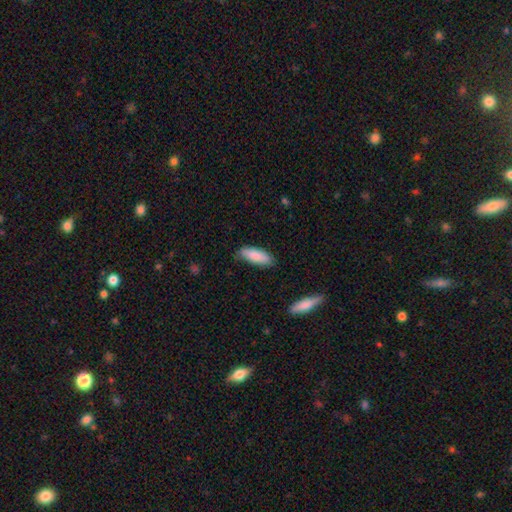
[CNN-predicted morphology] type=smooth (85%); roundness=in between (64%); merging=none (77%).